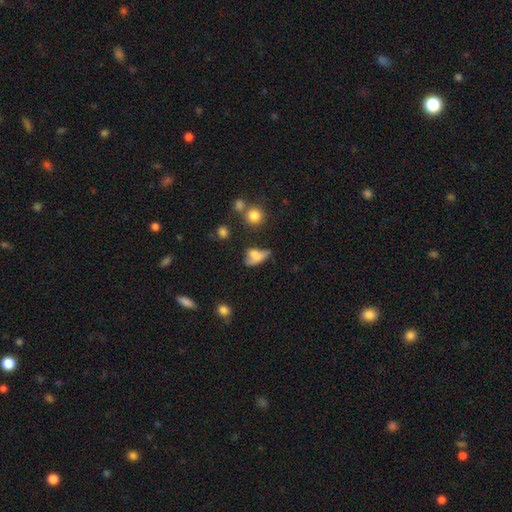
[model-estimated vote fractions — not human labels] This is likely a smooth galaxy (66%). How rounded: likely in between (74%). Merging: marginally none (30%).